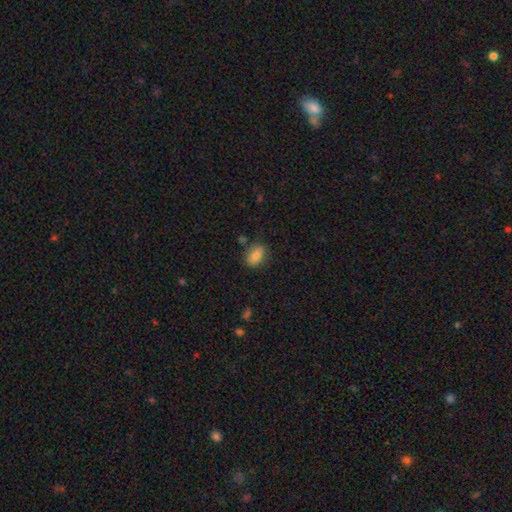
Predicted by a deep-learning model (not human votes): Overall: smooth (83%). How rounded: in between (84%). Merging: none (74%).